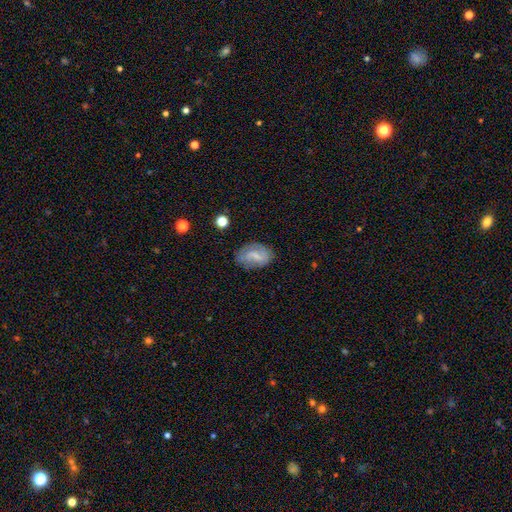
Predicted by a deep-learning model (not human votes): Smooth or featured: featured or disk — 53% (smooth — 39%)
Edge-on disk: no — 96% (yes — 4%)
Bar: weak — 54% (strong — 25%)
Spiral arms: yes — 78% (no — 22%)
Bulge size: small — 45% (none — 29%)
Merging: none — 70% (minor disturbance — 21%)